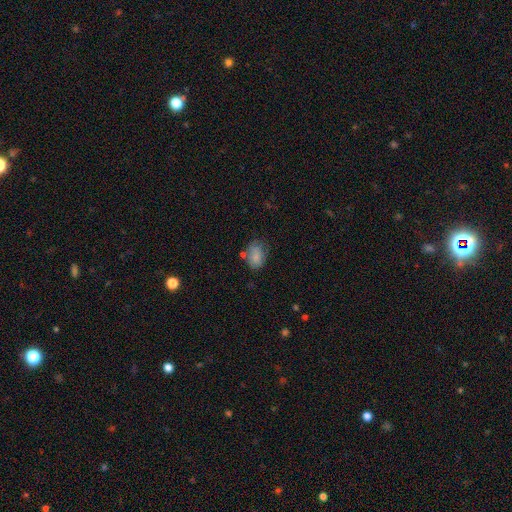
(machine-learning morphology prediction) smooth_or_featured: smooth (p=0.78) [alt: featured or disk p=0.13]
how_rounded: in between (p=0.80) [alt: round p=0.19]
merging: none (p=0.57) [alt: minor disturbance p=0.25]